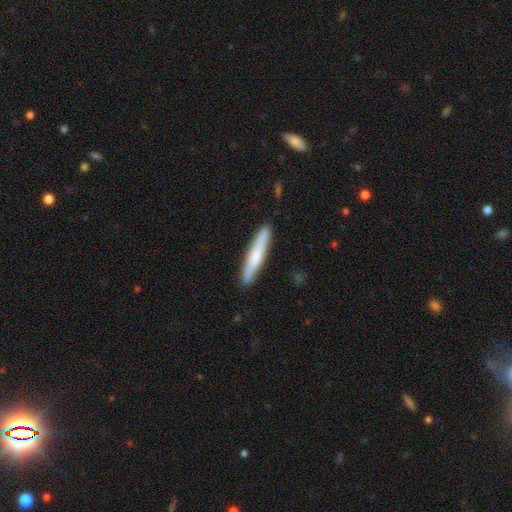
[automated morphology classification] Smooth or featured?
  - smooth: 63% *
  - featured or disk: 32%
  - star or artifact: 5%
How rounded?
  - cigar-shaped: 94% *
  - in between: 5%
  - round: 1%
Merging?
  - none: 90% *
  - minor disturbance: 8%
  - major disturbance: 1%
  - merger: 1%